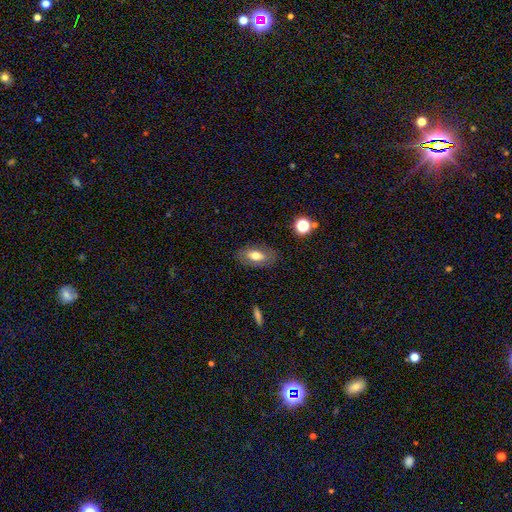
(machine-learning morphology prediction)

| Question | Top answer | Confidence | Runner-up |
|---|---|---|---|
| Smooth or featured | smooth | 68% | featured or disk (24%) |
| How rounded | in between | 90% | round (6%) |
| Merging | none | 82% | minor disturbance (12%) |